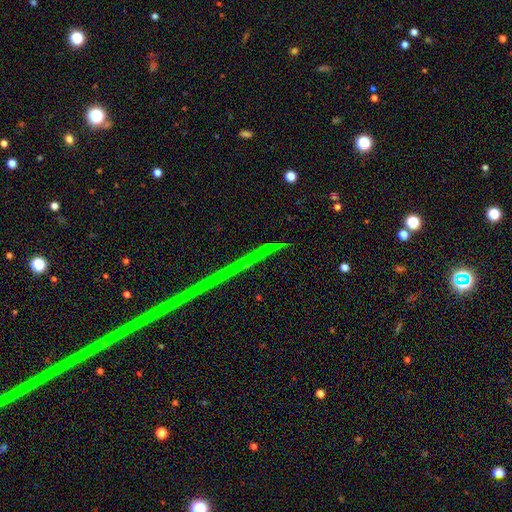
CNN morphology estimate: Smooth or featured?
  - star or artifact: 83% *
  - featured or disk: 11%
  - smooth: 6%